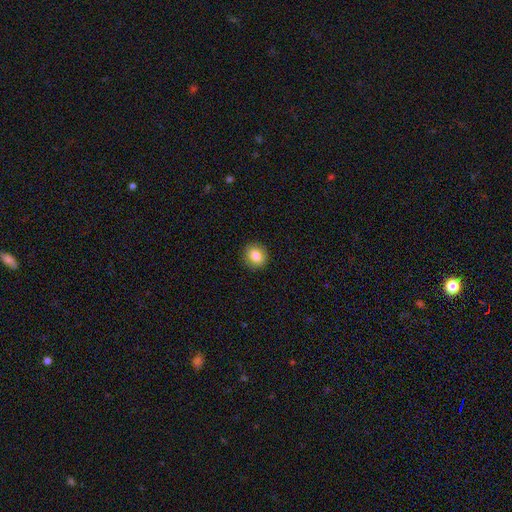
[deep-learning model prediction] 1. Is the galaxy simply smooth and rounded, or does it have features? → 84% smooth, 9% star or artifact, 7% featured or disk.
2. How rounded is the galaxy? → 77% round, 22% in between, 1% cigar-shaped.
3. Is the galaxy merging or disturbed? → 90% none, 7% minor disturbance, 2% major disturbance, 1% merger.